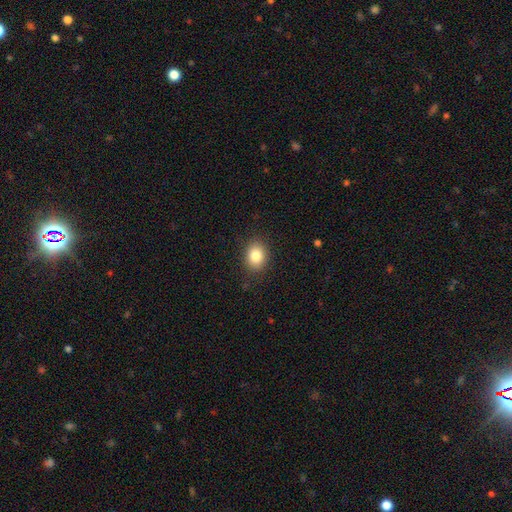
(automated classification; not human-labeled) smooth_or_featured: smooth (p=0.83) [alt: star or artifact p=0.10]
how_rounded: in between (p=0.55) [alt: round p=0.44]
merging: none (p=0.87) [alt: minor disturbance p=0.10]